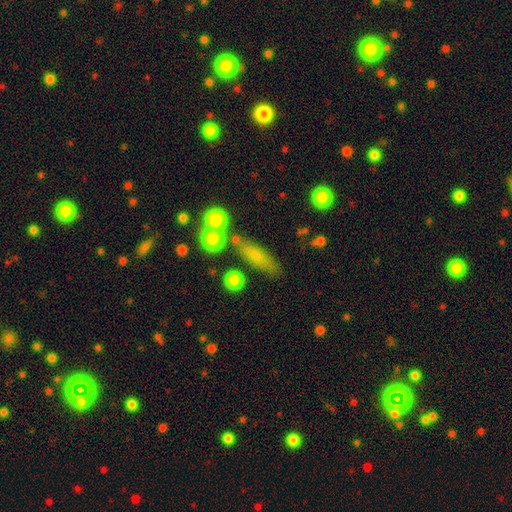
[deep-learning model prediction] Smooth or featured?
  - smooth: 73% *
  - featured or disk: 16%
  - star or artifact: 11%
How rounded?
  - cigar-shaped: 60% *
  - in between: 33%
  - round: 7%
Merging?
  - none: 71% *
  - minor disturbance: 15%
  - merger: 9%
  - major disturbance: 5%